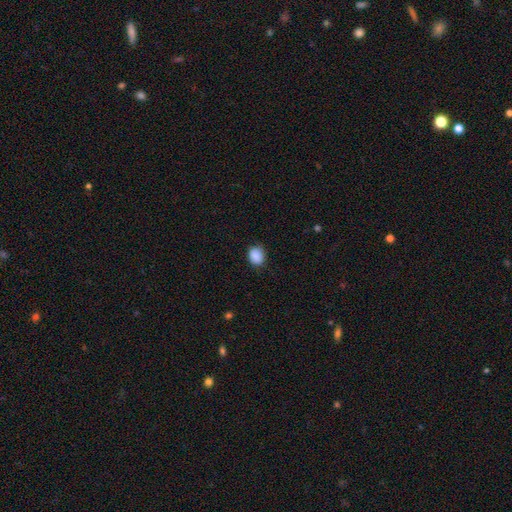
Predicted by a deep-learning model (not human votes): smooth-or-featured: smooth: 89% | star or artifact: 8% | featured or disk: 3%
  how-rounded: round: 52% | in between: 47% | cigar-shaped: 1%
  merging: none: 83% | minor disturbance: 14% | major disturbance: 3% | merger: 1%